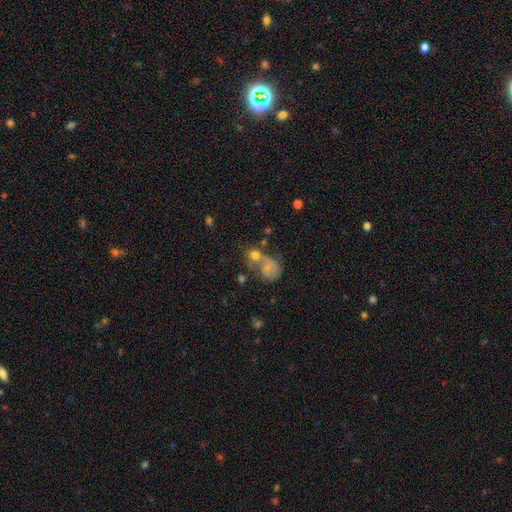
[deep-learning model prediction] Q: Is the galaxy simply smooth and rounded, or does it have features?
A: smooth — 54%.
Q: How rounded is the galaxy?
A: round — 68%.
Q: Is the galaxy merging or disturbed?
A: merger — 37%.